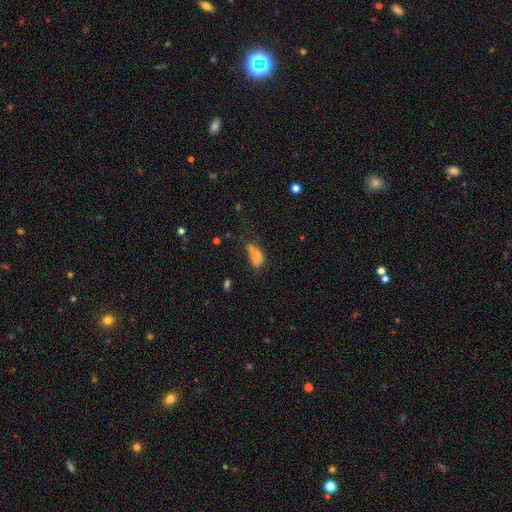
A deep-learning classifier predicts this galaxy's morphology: smooth_or_featured: smooth (p=0.69) [alt: featured or disk p=0.17]
how_rounded: in between (p=0.86) [alt: cigar-shaped p=0.08]
merging: major disturbance (p=0.35) [alt: minor disturbance p=0.27]